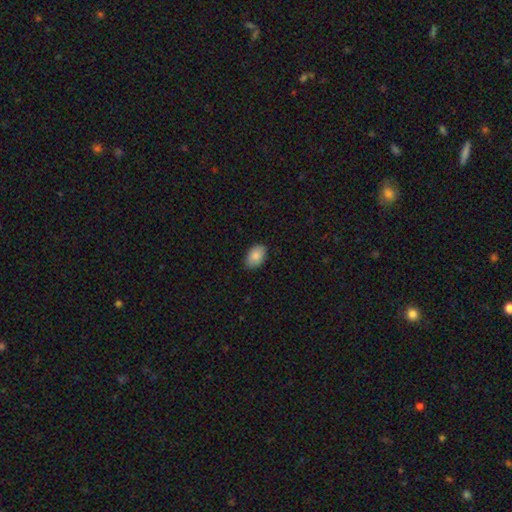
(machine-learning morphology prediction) Smooth or featured: smooth — 89% (star or artifact — 7%)
How rounded: in between — 90% (round — 9%)
Merging: none — 88% (minor disturbance — 9%)